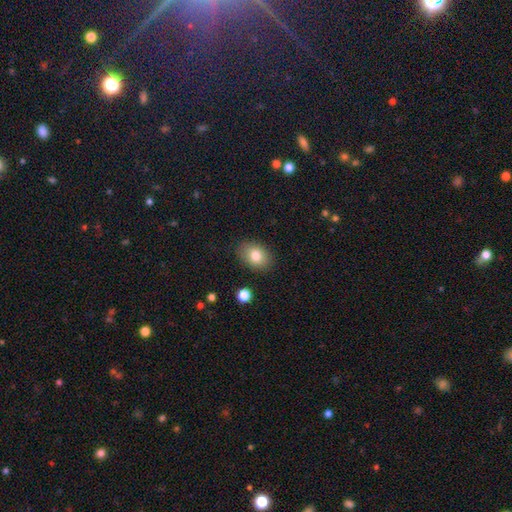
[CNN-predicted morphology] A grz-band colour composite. It shows a smooth galaxy with no disk features (81%) that is in between round and cigar-shaped (78%). Merging: none (86%).